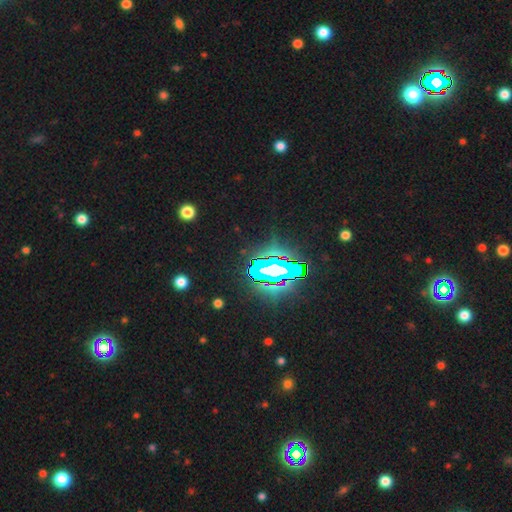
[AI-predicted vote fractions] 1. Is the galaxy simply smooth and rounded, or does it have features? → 82% star or artifact, 10% smooth, 9% featured or disk.